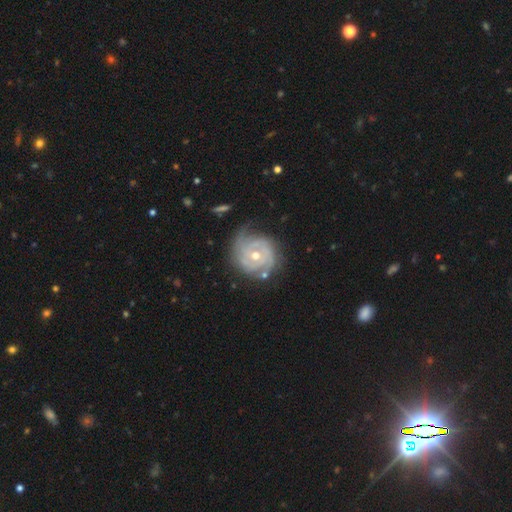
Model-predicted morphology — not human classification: Smooth or featured? Predicted: featured or disk (p=0.85). Edge-on disk? Predicted: no (p=0.98). Bar? Predicted: no (p=0.69). Spiral arms? Predicted: yes (p=0.94). Spiral winding? Predicted: tight (p=0.70). Spiral arm count? Predicted: 2 (p=0.38). Bulge size? Predicted: moderate (p=0.59). Merging? Predicted: none (p=0.64).